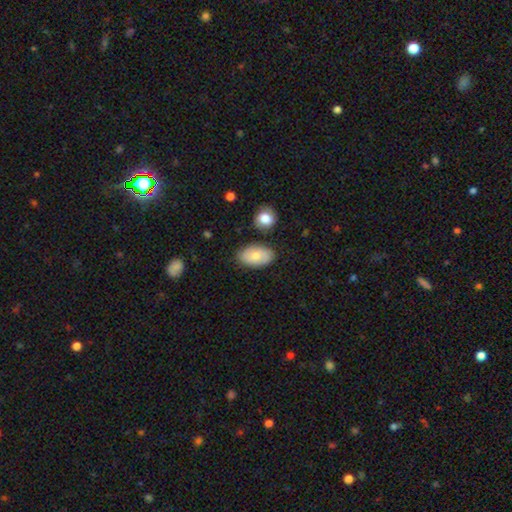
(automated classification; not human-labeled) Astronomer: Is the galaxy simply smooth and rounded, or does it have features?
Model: smooth — 74%.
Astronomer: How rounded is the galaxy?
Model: in between — 93%.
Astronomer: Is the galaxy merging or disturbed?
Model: none — 78%.